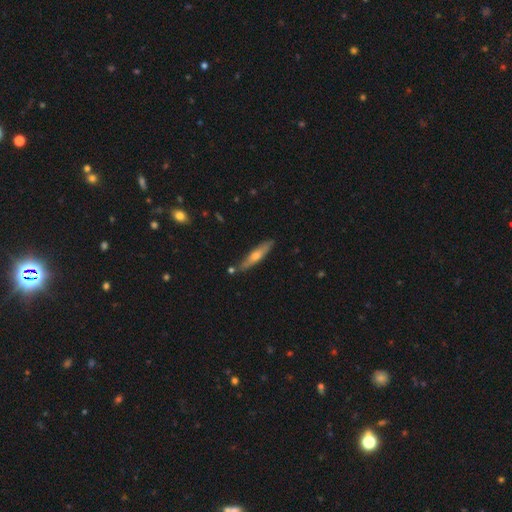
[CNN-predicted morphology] smooth_or_featured: featured or disk (p=0.48) [alt: smooth p=0.46]
merging: none (p=0.81) [alt: minor disturbance p=0.13]